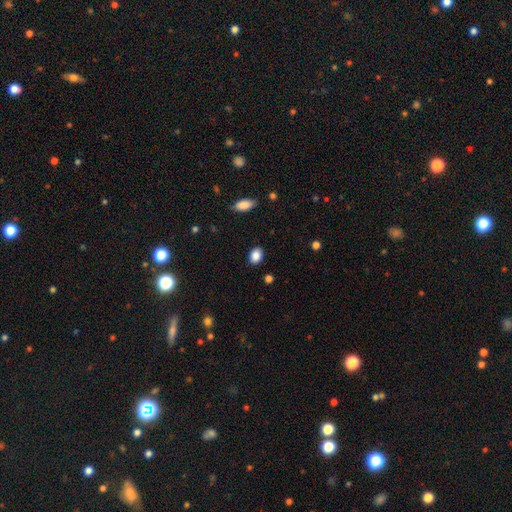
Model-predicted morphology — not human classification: type=smooth (87%); roundness=in between (70%); merging=none (87%).